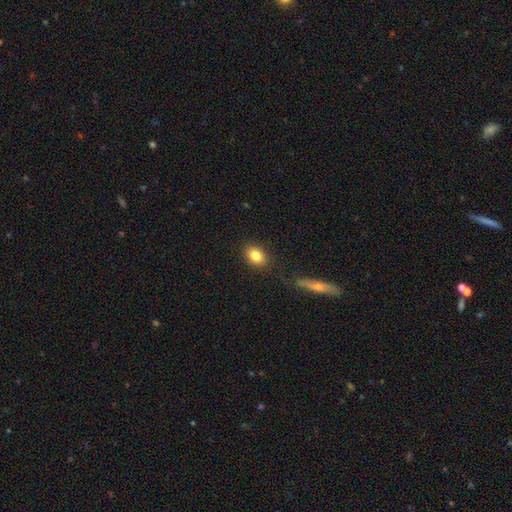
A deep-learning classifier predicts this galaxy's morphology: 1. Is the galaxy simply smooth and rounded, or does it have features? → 82% smooth, 9% star or artifact, 9% featured or disk.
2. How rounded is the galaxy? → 66% in between, 32% round, 2% cigar-shaped.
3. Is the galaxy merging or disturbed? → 85% none, 10% minor disturbance, 3% major disturbance, 2% merger.